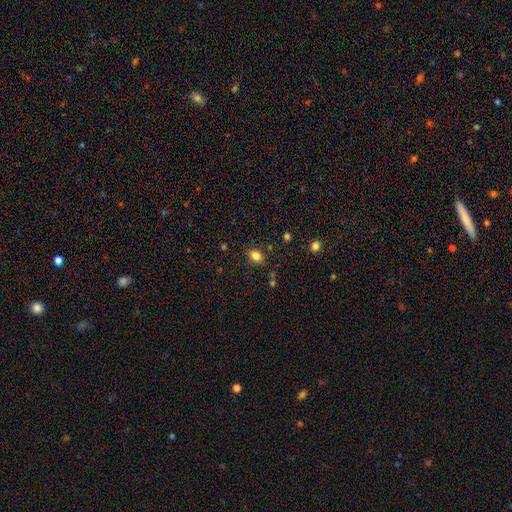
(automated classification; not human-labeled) Smooth or featured?
  - smooth: 82% *
  - star or artifact: 12%
  - featured or disk: 6%
How rounded?
  - in between: 57% *
  - round: 42%
  - cigar-shaped: 1%
Merging?
  - none: 84% *
  - minor disturbance: 11%
  - major disturbance: 3%
  - merger: 2%